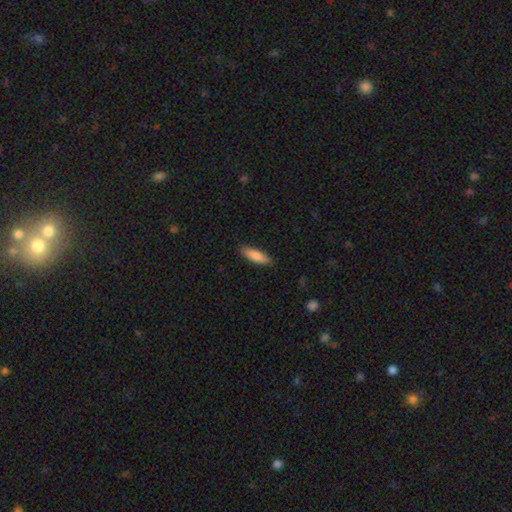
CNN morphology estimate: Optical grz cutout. It shows a smooth galaxy with no disk features (84%) that is cigar-shaped (61%). Merging: none (88%).